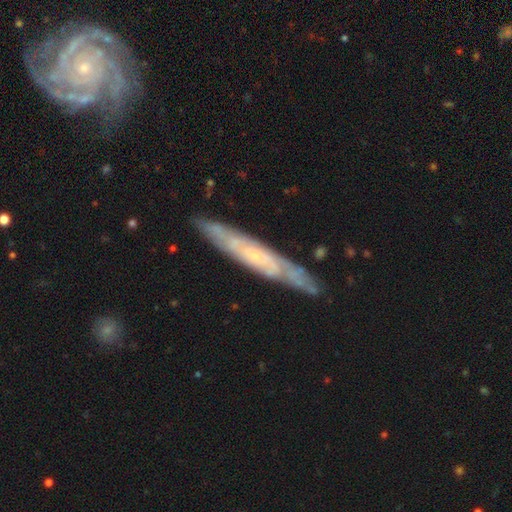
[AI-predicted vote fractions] Morphology: type=featured or disk (72%); edge-on=yes (62%); merging=none (82%).